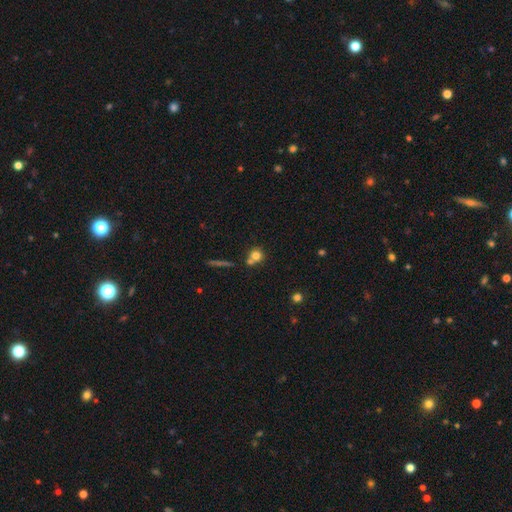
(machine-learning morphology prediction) Smooth or featured?
  - smooth: 75% *
  - featured or disk: 13%
  - star or artifact: 12%
How rounded?
  - round: 86% *
  - in between: 12%
  - cigar-shaped: 2%
Merging?
  - none: 50% *
  - merger: 37%
  - minor disturbance: 9%
  - major disturbance: 4%